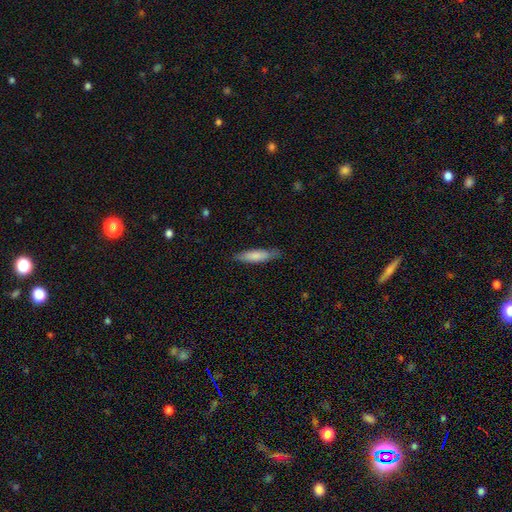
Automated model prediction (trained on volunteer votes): Smooth or featured: smooth — 78% (featured or disk — 17%)
How rounded: cigar-shaped — 73% (in between — 25%)
Merging: none — 82% (minor disturbance — 14%)